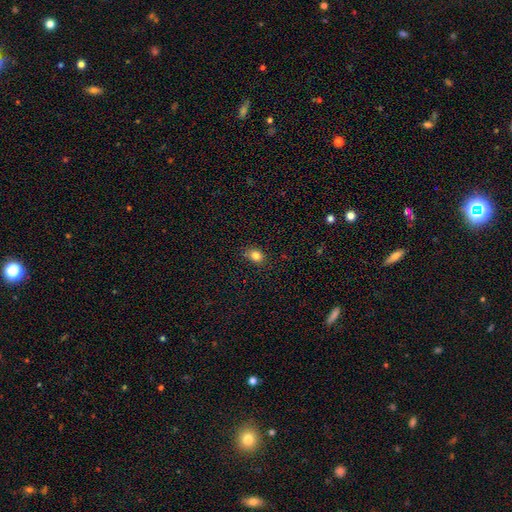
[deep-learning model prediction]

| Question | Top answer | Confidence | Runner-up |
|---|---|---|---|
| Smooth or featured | smooth | 83% | star or artifact (12%) |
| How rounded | in between | 51% | round (47%) |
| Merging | none | 83% | minor disturbance (13%) |